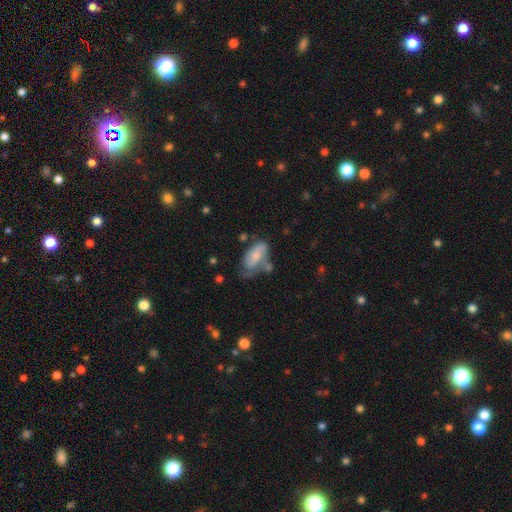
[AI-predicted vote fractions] A smooth galaxy with no disk features (53%) that is in between round and cigar-shaped (91%).

Vote fractions:
- Smooth or featured? smooth: 53% / featured or disk: 39% / star or artifact: 7%
- How rounded? in between: 91% / round: 5% / cigar-shaped: 4%
- Merging? minor disturbance: 32% (tied) / none: 32% (tied) / major disturbance: 23% / merger: 13%